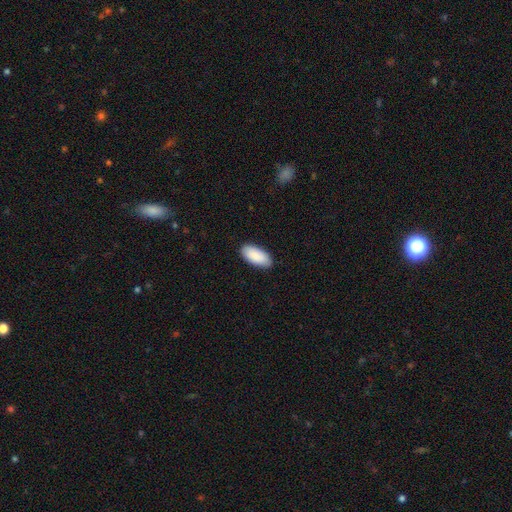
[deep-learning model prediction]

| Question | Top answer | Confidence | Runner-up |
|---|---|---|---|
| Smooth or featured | smooth | 89% | star or artifact (5%) |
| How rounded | in between | 93% | cigar-shaped (6%) |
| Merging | none | 87% | minor disturbance (10%) |